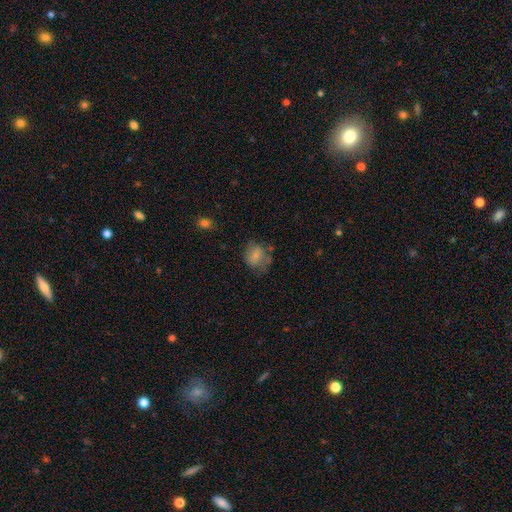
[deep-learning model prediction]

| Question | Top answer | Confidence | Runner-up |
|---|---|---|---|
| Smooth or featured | smooth | 73% | featured or disk (17%) |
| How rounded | round | 63% | in between (37%) |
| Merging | none | 54% | minor disturbance (27%) |